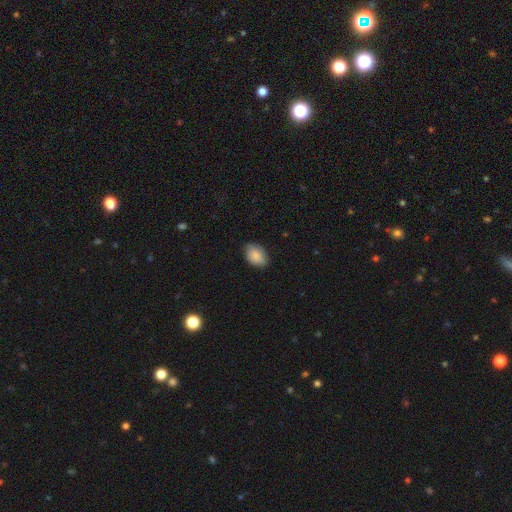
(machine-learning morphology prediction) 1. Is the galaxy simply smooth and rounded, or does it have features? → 87% smooth, 7% star or artifact, 6% featured or disk.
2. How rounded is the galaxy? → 86% in between, 13% round, 1% cigar-shaped.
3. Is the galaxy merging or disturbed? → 81% none, 15% minor disturbance, 3% major disturbance, 1% merger.